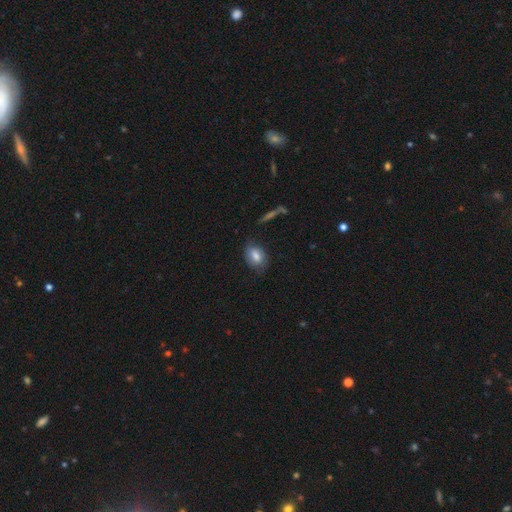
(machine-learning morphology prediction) A smooth galaxy with no disk features (78%) that is in between round and cigar-shaped (77%). Merging: none (73%).